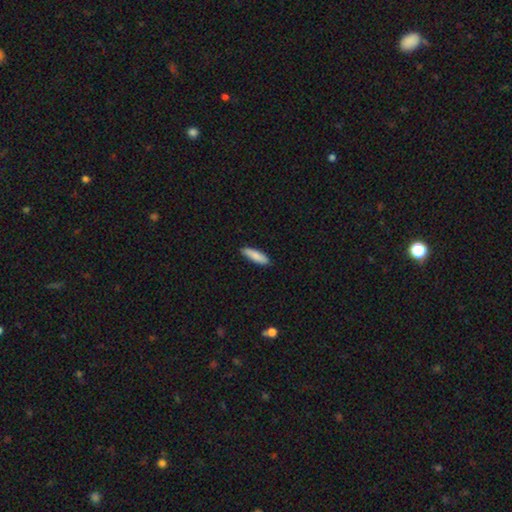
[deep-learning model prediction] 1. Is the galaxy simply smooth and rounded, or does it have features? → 85% smooth, 10% featured or disk, 6% star or artifact.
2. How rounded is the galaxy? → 63% cigar-shaped, 36% in between, 2% round.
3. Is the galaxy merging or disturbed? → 88% none, 10% minor disturbance, 2% major disturbance, 1% merger.